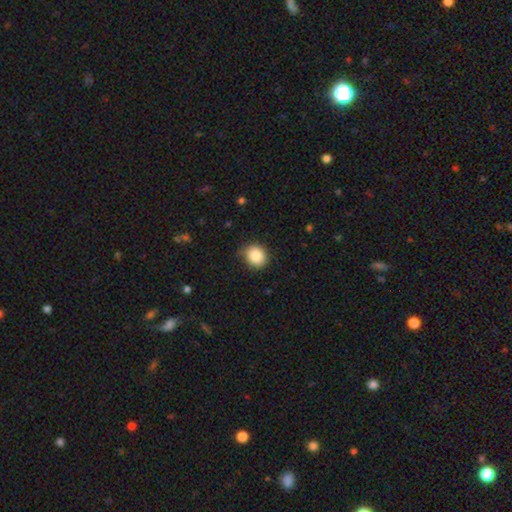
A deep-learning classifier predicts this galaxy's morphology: Q: Smooth or featured?
A: smooth (87%); runner-up: star or artifact (8%)
Q: How rounded?
A: round (76%); runner-up: in between (23%)
Q: Merging?
A: none (78%); runner-up: minor disturbance (17%)